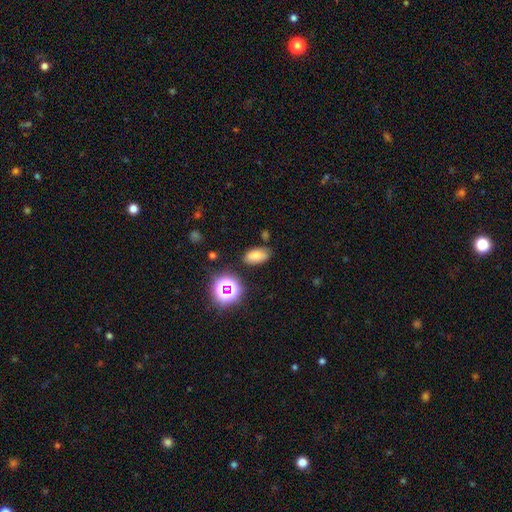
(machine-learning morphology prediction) Smooth or featured?
  - smooth: 74% *
  - star or artifact: 17%
  - featured or disk: 9%
How rounded?
  - in between: 90% *
  - round: 7%
  - cigar-shaped: 3%
Merging?
  - none: 80% *
  - minor disturbance: 13%
  - major disturbance: 4%
  - merger: 3%